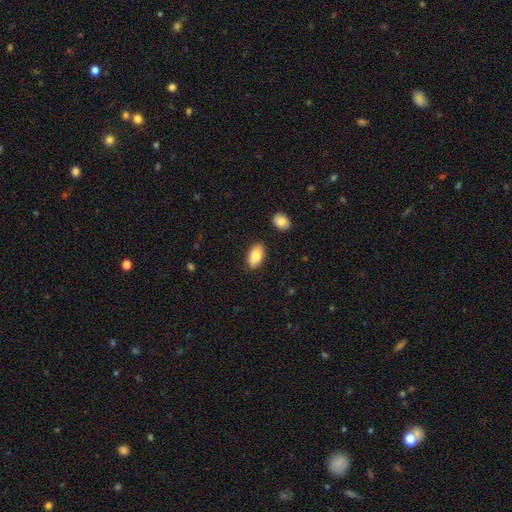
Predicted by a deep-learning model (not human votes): This is clearly a smooth galaxy (85%). How rounded: clearly in between (92%). Merging: clearly none (85%).